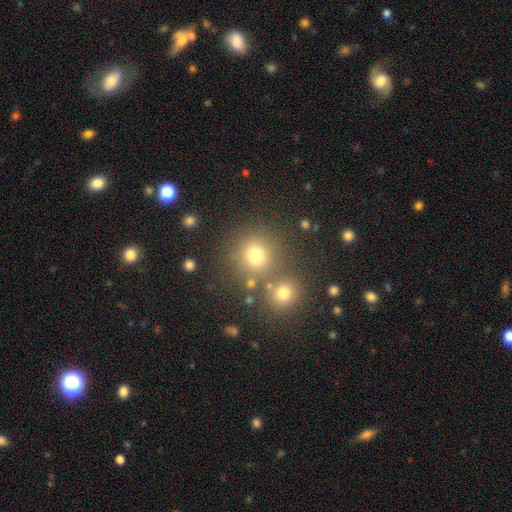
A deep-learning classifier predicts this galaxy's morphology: Overall: smooth (74%). How rounded: round (90%). Merging: none (70%).